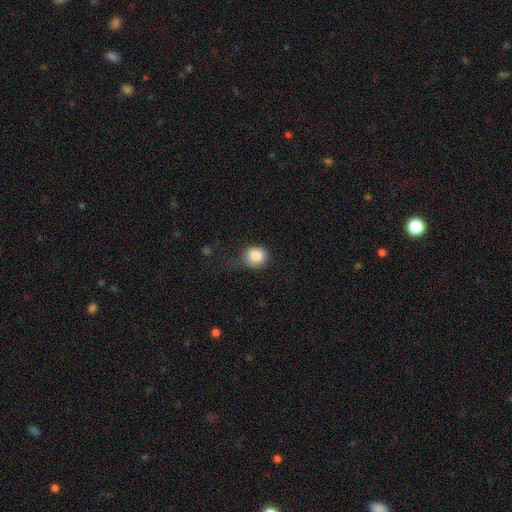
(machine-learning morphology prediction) type=smooth (86%); roundness=round (73%); merging=none (48%).